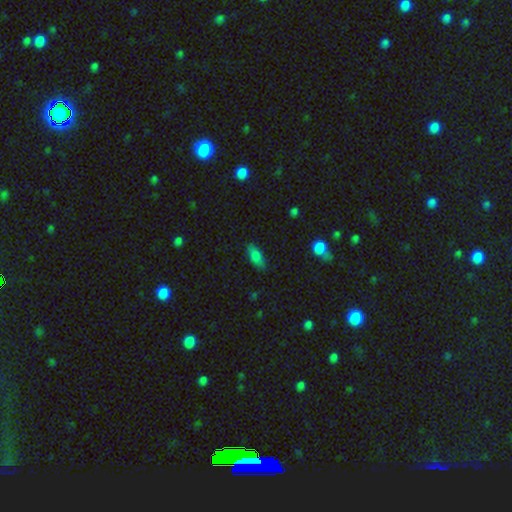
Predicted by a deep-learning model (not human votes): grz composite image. It shows a smooth galaxy with no disk features (78%) that is in between round and cigar-shaped (82%). Merging: none (76%).